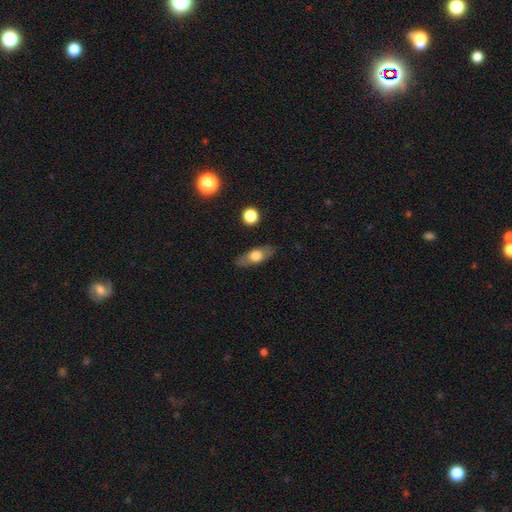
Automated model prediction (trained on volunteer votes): This is possibly a smooth galaxy (56%). How rounded: likely in between (67%). Merging: clearly none (81%).